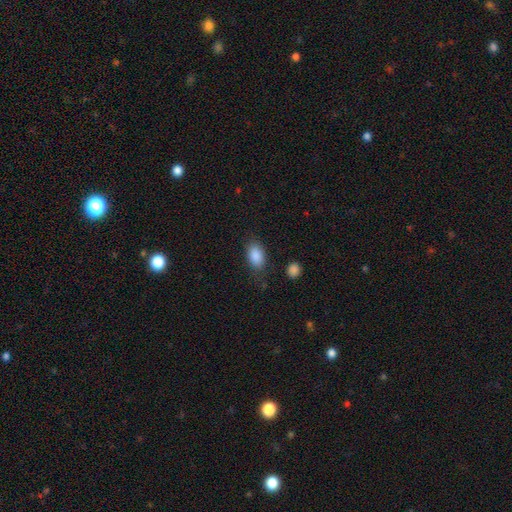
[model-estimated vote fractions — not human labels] Smooth or featured? Predicted: smooth (p=0.88). How rounded? Predicted: in between (p=0.91). Merging? Predicted: none (p=0.78).